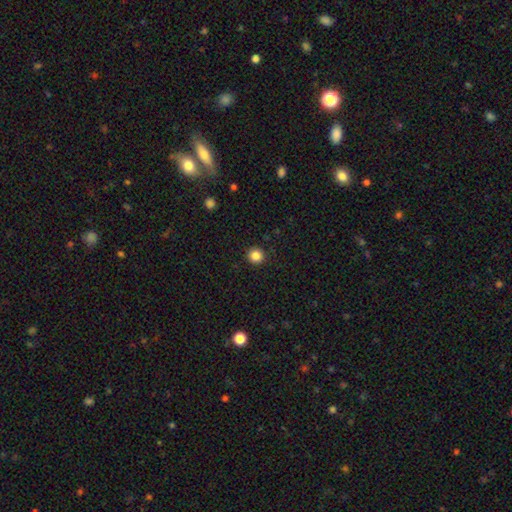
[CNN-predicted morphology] Overall: smooth (85%). How rounded: round (95%). Merging: none (92%).